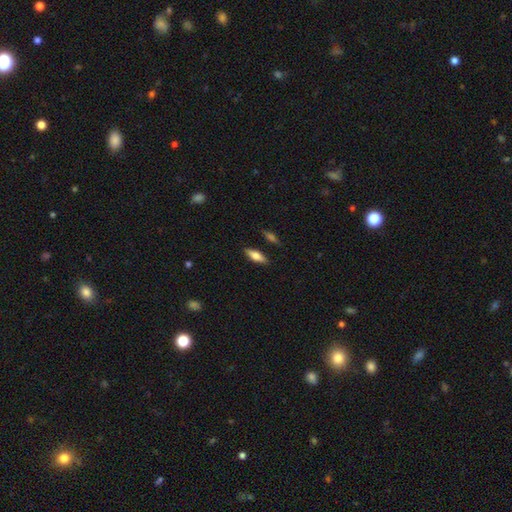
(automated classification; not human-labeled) Overall: smooth (66%; featured or disk 27%). How rounded: in between (62%; cigar-shaped 36%). Merging: none (86%).